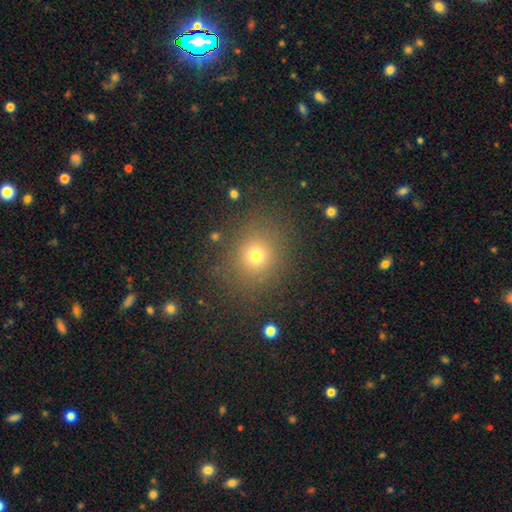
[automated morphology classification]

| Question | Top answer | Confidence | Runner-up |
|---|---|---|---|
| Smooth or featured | smooth | 71% | star or artifact (19%) |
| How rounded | round | 74% | in between (25%) |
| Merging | none | 84% | minor disturbance (9%) |